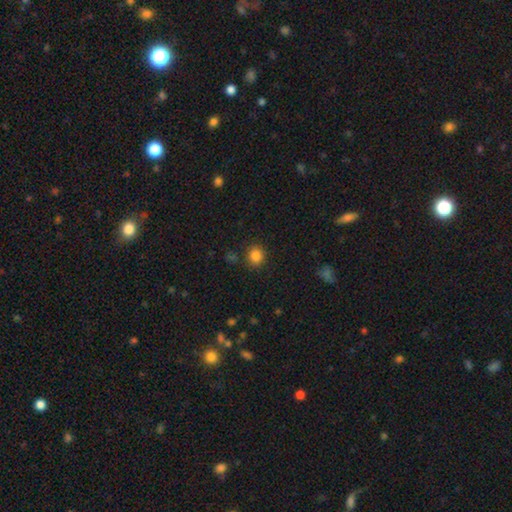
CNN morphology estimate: smooth-or-featured: smooth: 84% | star or artifact: 12% | featured or disk: 4%
  how-rounded: round: 84% | in between: 15% | cigar-shaped: 1%
  merging: none: 86% | minor disturbance: 8% | merger: 3% | major disturbance: 3%